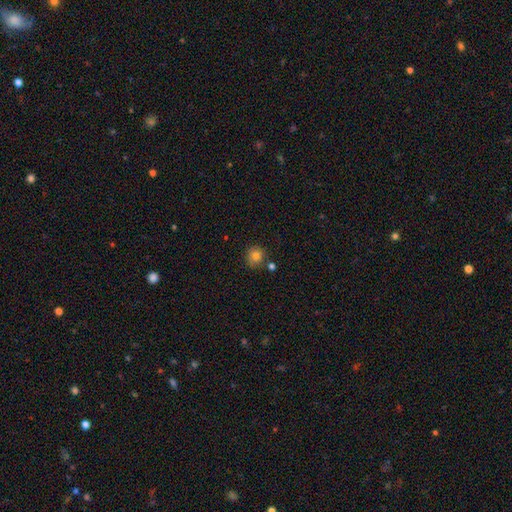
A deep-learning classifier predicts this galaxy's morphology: Overall: smooth (80%). How rounded: round (85%). Merging: none (76%).